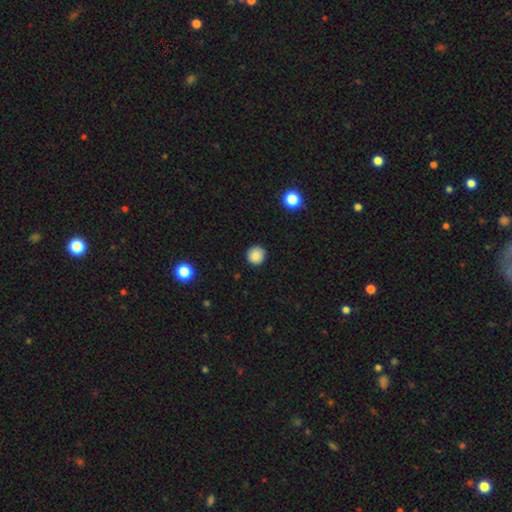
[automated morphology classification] The model was most divided on "smooth or featured": smooth: 85%, star or artifact: 10%, featured or disk: 5%. More confident: how rounded — round (95%); merging — none (92%).